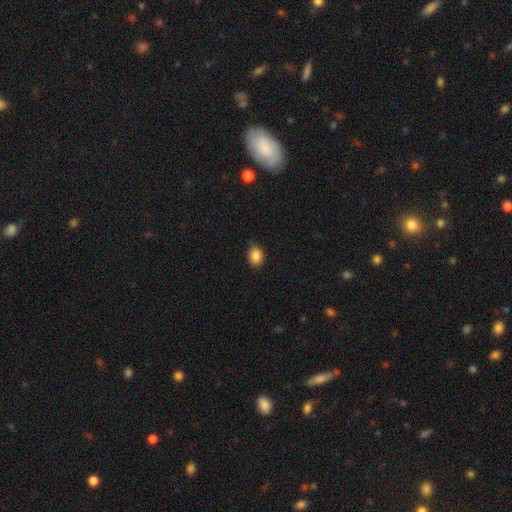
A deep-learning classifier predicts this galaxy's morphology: Q: Smooth or featured?
A: smooth (86%); runner-up: star or artifact (9%)
Q: How rounded?
A: in between (57%); runner-up: round (42%)
Q: Merging?
A: none (82%); runner-up: minor disturbance (15%)